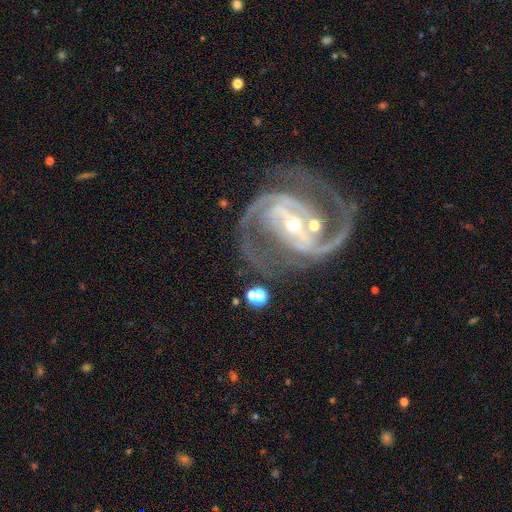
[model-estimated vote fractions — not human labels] smooth-or-featured: featured or disk: 91% | star or artifact: 5% | smooth: 3%
  disk-edge-on: no: 97% | yes: 3%
    bar: strong: 60% | weak: 26% | no: 14%
    has-spiral-arms: yes: 98% | no: 2%
      spiral-winding: medium: 57% | tight: 30% | loose: 12%
      spiral-arm-count: 2: 84% | 3: 7% | can't tell: 3% | 1: 2% | 4: 2% | more than 4: 2%
    bulge-size: small: 60% | moderate: 36% | large: 2% | none: 1% | dominant: 1%
  merging: none: 62% | minor disturbance: 15% | major disturbance: 12% | merger: 11%